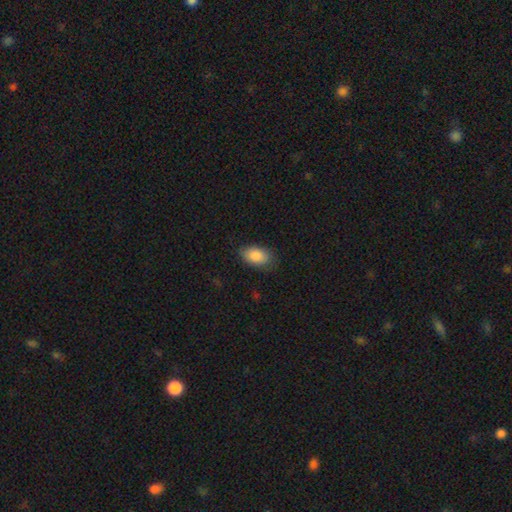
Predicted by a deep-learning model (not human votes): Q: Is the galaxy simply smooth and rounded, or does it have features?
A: smooth — 87%.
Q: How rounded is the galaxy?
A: in between — 92%.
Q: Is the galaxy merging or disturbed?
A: none — 79%.